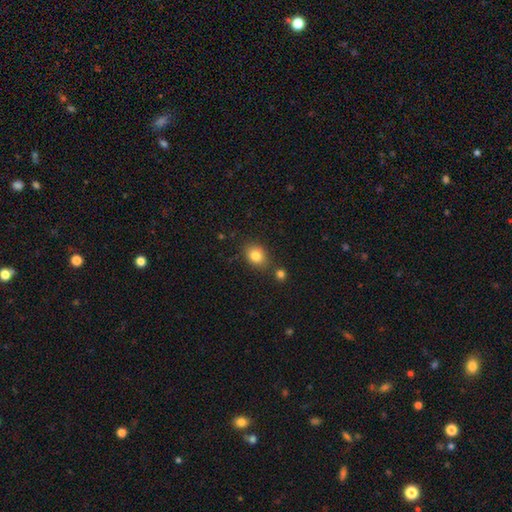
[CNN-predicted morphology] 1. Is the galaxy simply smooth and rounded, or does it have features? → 83% smooth, 10% star or artifact, 7% featured or disk.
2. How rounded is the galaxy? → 53% in between, 46% round, 1% cigar-shaped.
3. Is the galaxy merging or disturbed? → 74% none, 13% minor disturbance, 10% merger, 3% major disturbance.